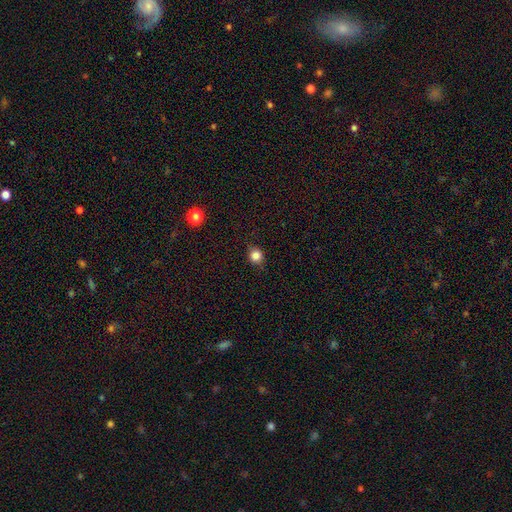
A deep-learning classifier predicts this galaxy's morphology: A smooth galaxy with no disk features (83%) that is round (86%).

Vote fractions:
- Smooth or featured? smooth: 83% / star or artifact: 12% / featured or disk: 6%
- How rounded? round: 86% / in between: 12% / cigar-shaped: 1%
- Merging? none: 85% / minor disturbance: 12% / major disturbance: 3% / merger: 1%